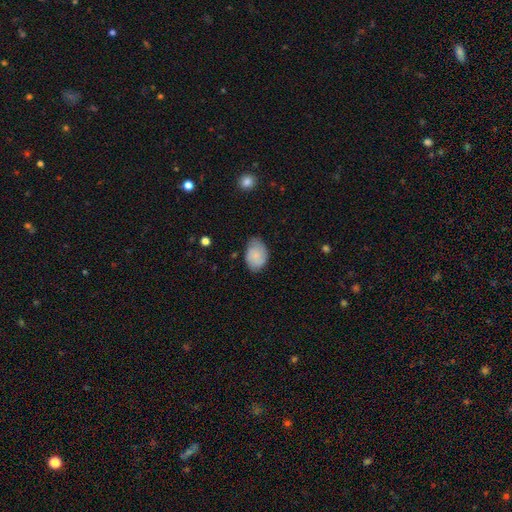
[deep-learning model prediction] A smooth galaxy with no disk features (81%) that is in between round and cigar-shaped (86%). Merging: none (65%).